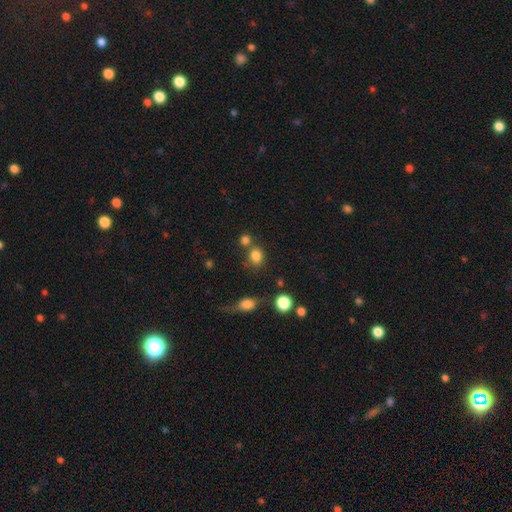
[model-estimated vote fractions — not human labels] smooth-or-featured: smooth: 81% | star or artifact: 13% | featured or disk: 6%
  how-rounded: round: 62% | in between: 37% | cigar-shaped: 1%
  merging: none: 62% | merger: 22% | minor disturbance: 12% | major disturbance: 5%